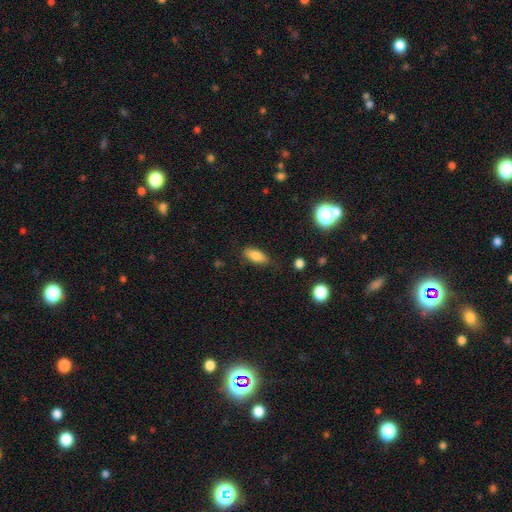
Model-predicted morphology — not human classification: Smooth or featured: smooth — 82% (featured or disk — 10%)
How rounded: in between — 82% (cigar-shaped — 14%)
Merging: none — 76% (minor disturbance — 18%)